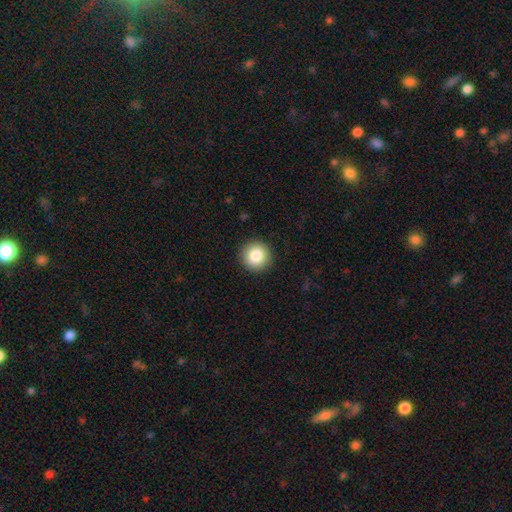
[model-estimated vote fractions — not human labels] Q: Smooth or featured?
A: smooth (85%); runner-up: star or artifact (9%)
Q: How rounded?
A: round (96%); runner-up: in between (3%)
Q: Merging?
A: none (92%); runner-up: minor disturbance (5%)